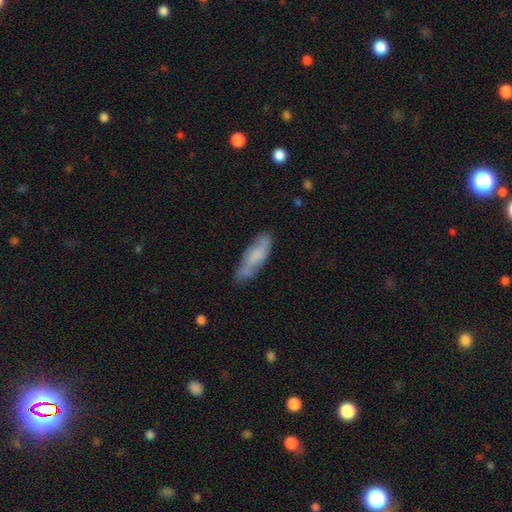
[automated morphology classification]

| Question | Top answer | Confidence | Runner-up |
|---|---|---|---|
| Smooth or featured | smooth | 62% | featured or disk (31%) |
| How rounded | cigar-shaped | 54% | in between (44%) |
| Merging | none | 71% | minor disturbance (21%) |